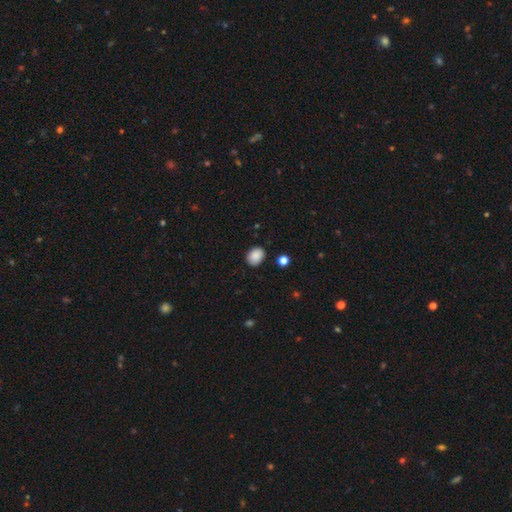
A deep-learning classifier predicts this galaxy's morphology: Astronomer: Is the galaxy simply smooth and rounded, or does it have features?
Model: smooth — 88%.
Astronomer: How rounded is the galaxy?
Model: in between — 61% (runner-up: round, 38%).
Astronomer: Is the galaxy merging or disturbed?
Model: none — 85%.